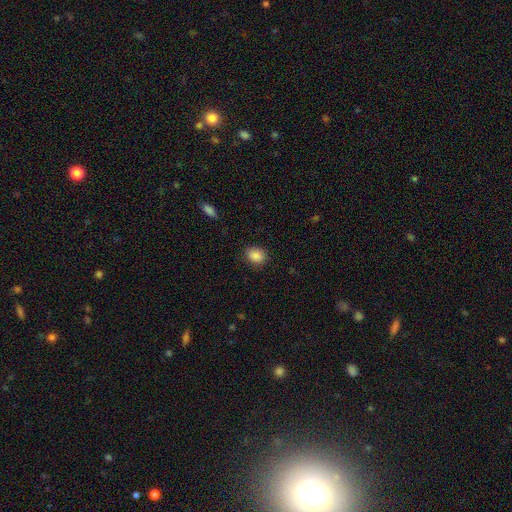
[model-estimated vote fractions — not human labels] Q: Smooth or featured?
A: smooth (88%); runner-up: star or artifact (9%)
Q: How rounded?
A: in between (55%); runner-up: round (44%)
Q: Merging?
A: none (87%); runner-up: minor disturbance (9%)